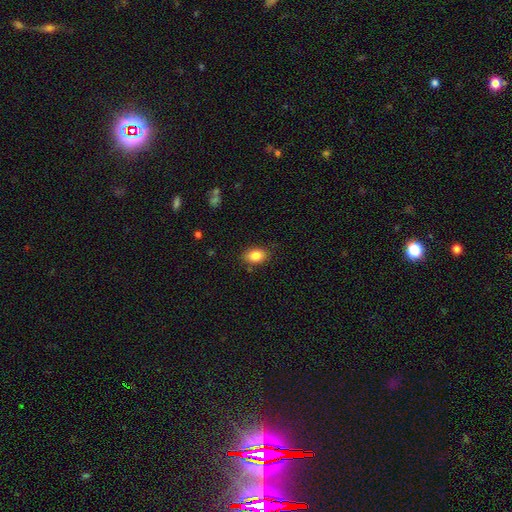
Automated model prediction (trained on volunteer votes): smooth 85%, star or artifact 8%, featured or disk 7%. Down the decision tree: how rounded — in between (84%); merging — none (83%).